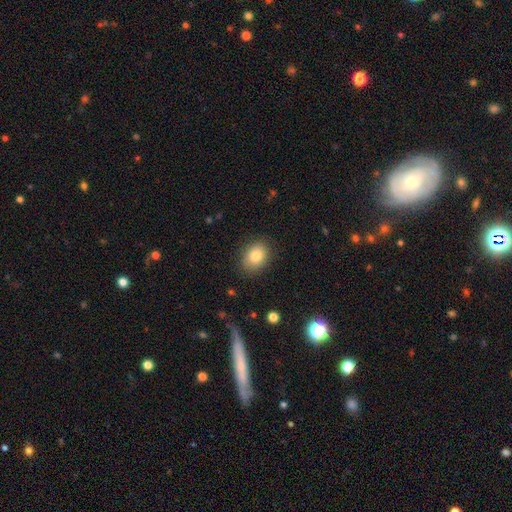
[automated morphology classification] smooth_or_featured: smooth (p=0.84) [alt: star or artifact p=0.08]
how_rounded: in between (p=0.65) [alt: round p=0.34]
merging: none (p=0.85) [alt: minor disturbance p=0.11]